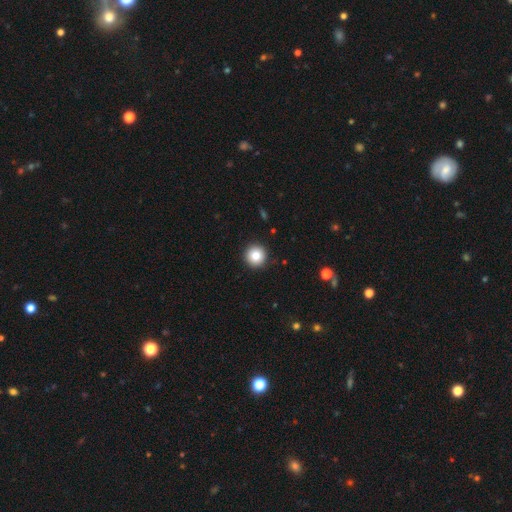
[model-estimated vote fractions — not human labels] Smooth or featured: smooth — 82% (star or artifact — 10%)
How rounded: round — 96% (in between — 3%)
Merging: none — 92% (minor disturbance — 5%)